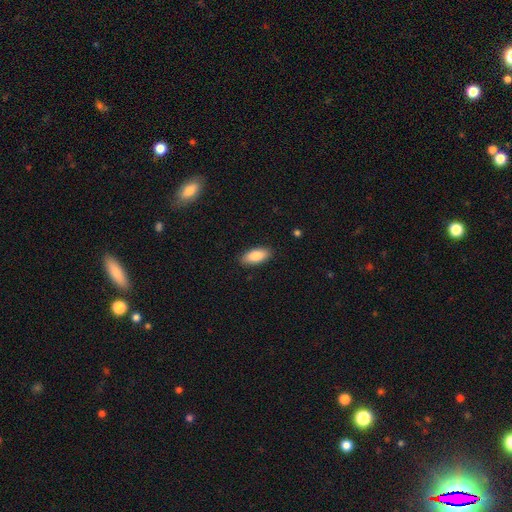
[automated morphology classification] type=smooth (84%); roundness=in between (87%); merging=none (88%).